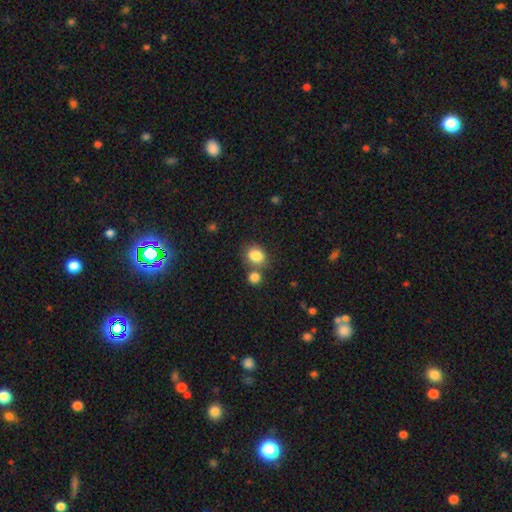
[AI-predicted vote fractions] A smooth galaxy with no disk features (84%) that is round (55%).

Vote fractions:
- Smooth or featured? smooth: 84% / star or artifact: 9% / featured or disk: 6%
- How rounded? round: 55% / in between: 44% / cigar-shaped: 1%
- Merging? none: 60% / merger: 24% / minor disturbance: 12% / major disturbance: 4%